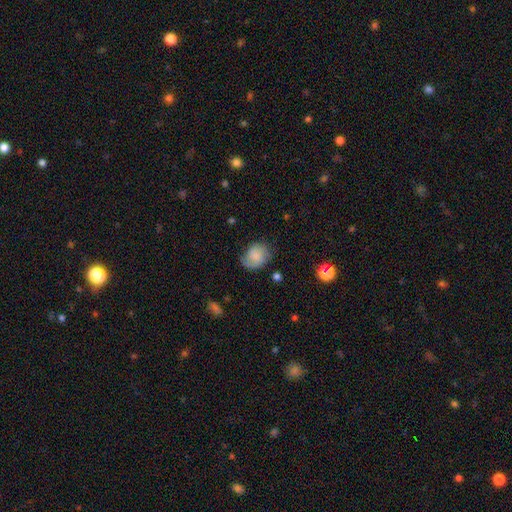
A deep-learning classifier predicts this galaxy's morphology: smooth 69%, featured or disk 22%, star or artifact 9%. Down the decision tree: how rounded — in between (51%); merging — none (59%).